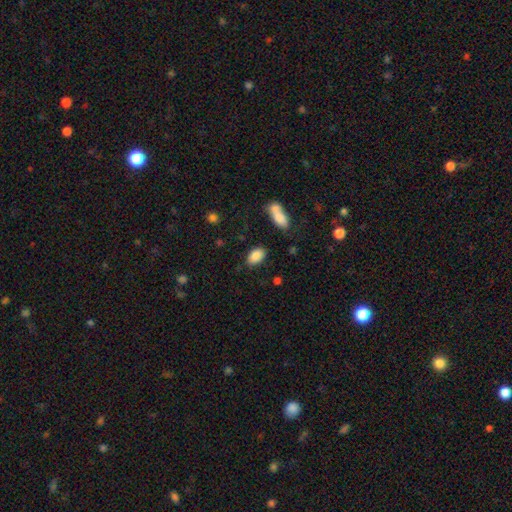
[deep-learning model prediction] The model was most divided on "merging": none: 79%, minor disturbance: 13%, merger: 4%, major disturbance: 4%. More confident: how rounded — in between (91%); smooth or featured — smooth (87%).